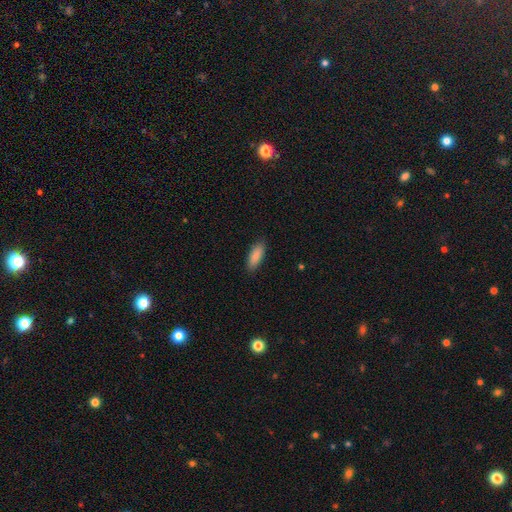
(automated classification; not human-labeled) Smooth or featured?
  - smooth: 89% *
  - star or artifact: 6%
  - featured or disk: 5%
How rounded?
  - in between: 69% *
  - cigar-shaped: 30%
  - round: 2%
Merging?
  - none: 87% *
  - minor disturbance: 10%
  - major disturbance: 2%
  - merger: 1%